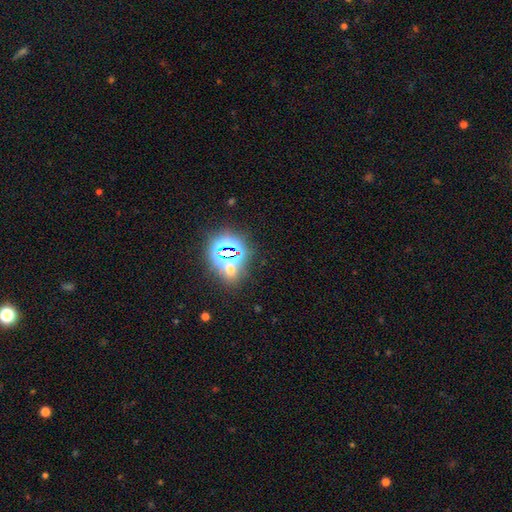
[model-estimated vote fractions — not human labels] Morphology: type=star or artifact (75%).